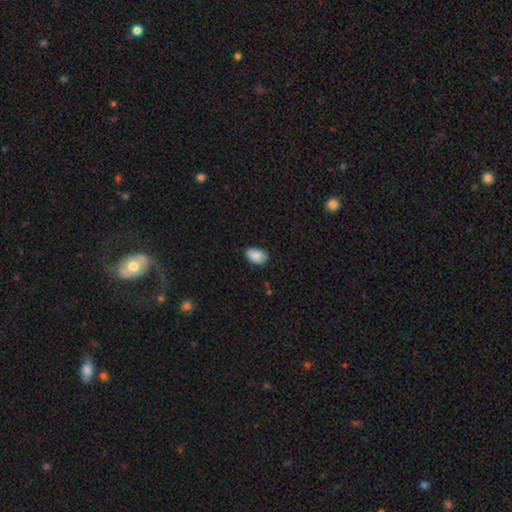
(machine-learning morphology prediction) Overall: smooth (86%). How rounded: in between (88%). Merging: none (67%; minor disturbance 28%).